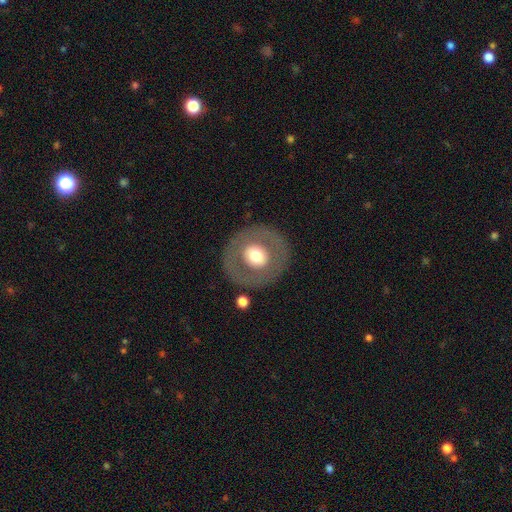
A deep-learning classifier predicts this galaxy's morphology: Smooth or featured? Predicted: smooth (p=0.50). Merging? Predicted: none (p=0.85).